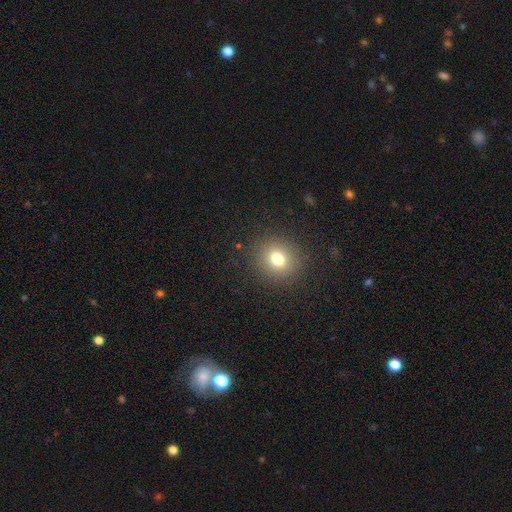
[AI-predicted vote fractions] A smooth galaxy with no disk features (63%) that is round (92%).

Vote fractions:
- Smooth or featured? smooth: 63% / star or artifact: 30% / featured or disk: 7%
- How rounded? round: 92% / in between: 7% / cigar-shaped: 1%
- Merging? none: 92% / minor disturbance: 5% / major disturbance: 2% / merger: 2%